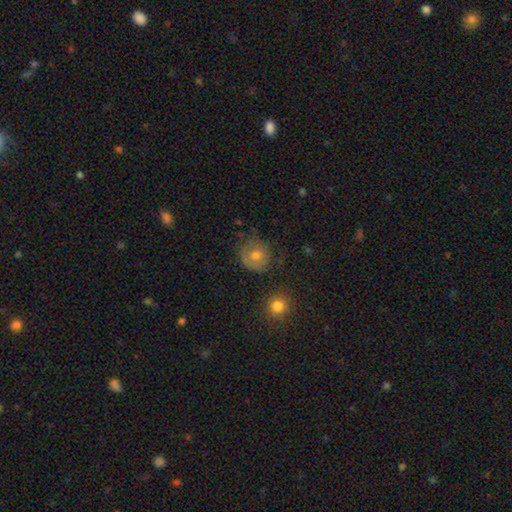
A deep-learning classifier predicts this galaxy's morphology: A smooth galaxy with no disk features (55%) that is round (84%). Merging: none (68%).